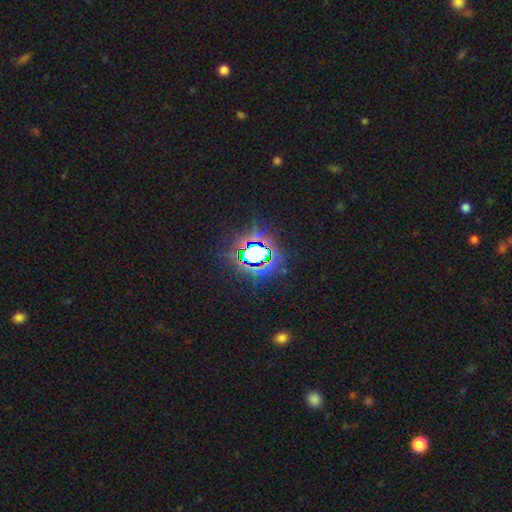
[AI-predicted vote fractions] smooth_or_featured: star or artifact (p=0.77) [alt: smooth p=0.14]